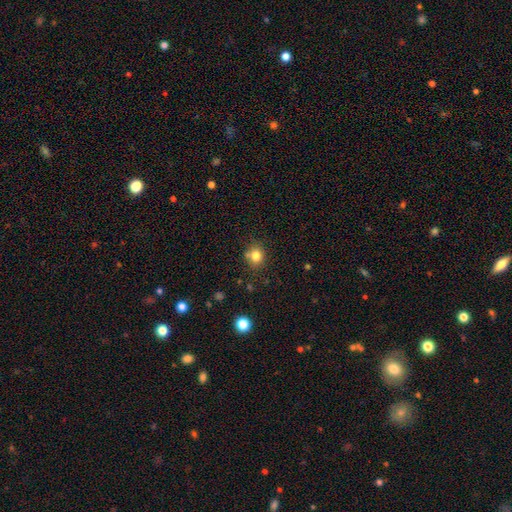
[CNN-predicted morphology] smooth-or-featured: smooth: 80% | star or artifact: 12% | featured or disk: 8%
  how-rounded: round: 70% | in between: 29% | cigar-shaped: 1%
  merging: none: 71% | minor disturbance: 15% | merger: 10% | major disturbance: 4%